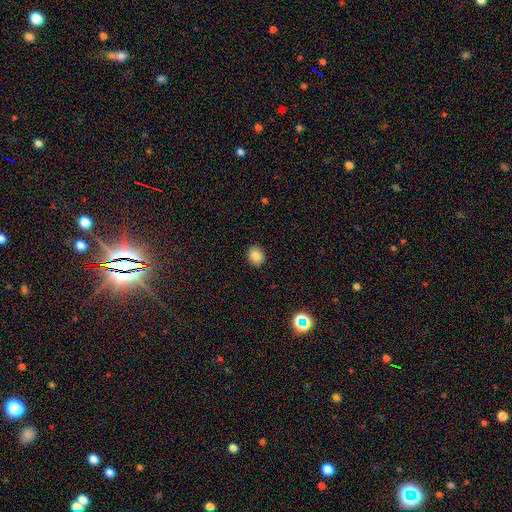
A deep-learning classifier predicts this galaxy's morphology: Q: Smooth or featured?
A: smooth (83%); runner-up: star or artifact (10%)
Q: How rounded?
A: round (60%); runner-up: in between (39%)
Q: Merging?
A: none (90%); runner-up: minor disturbance (7%)